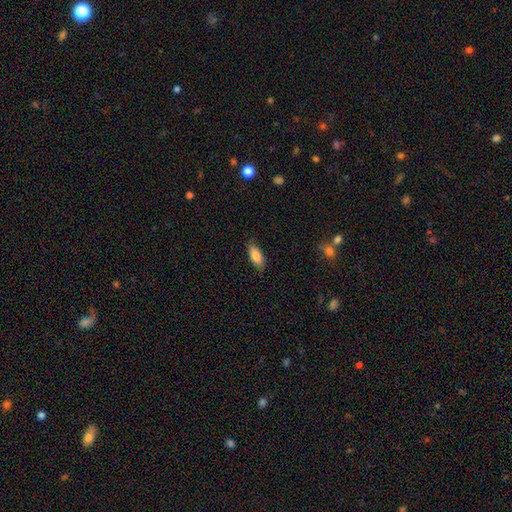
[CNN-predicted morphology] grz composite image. It shows a smooth galaxy with no disk features (83%) that is in between round and cigar-shaped (80%). Merging: none (80%).